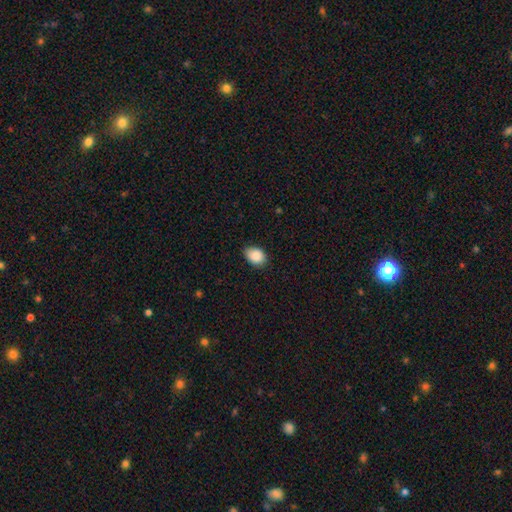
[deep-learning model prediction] Morphology: type=smooth (90%); roundness=in between (76%); merging=none (83%).